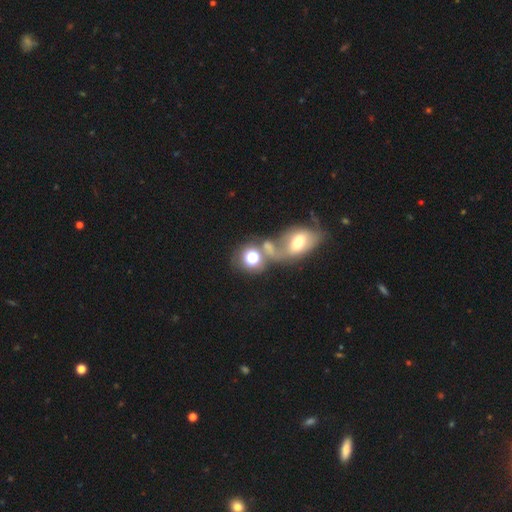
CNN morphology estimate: type=smooth (55%); roundness=round (64%); merging=merger (52%).